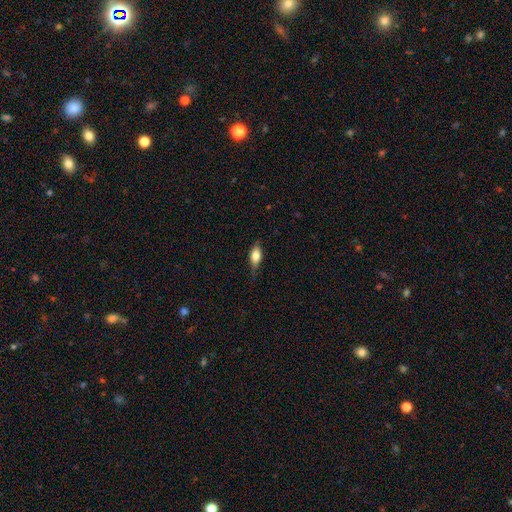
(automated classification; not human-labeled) Morphology: type=smooth (70%); roundness=in between (77%); merging=none (69%).